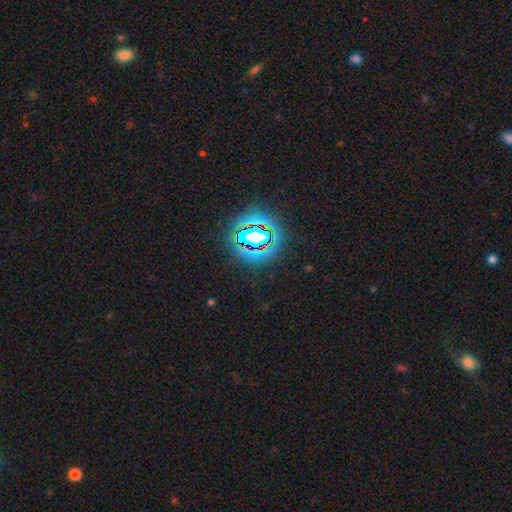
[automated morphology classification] Smooth or featured? star or artifact (81%)